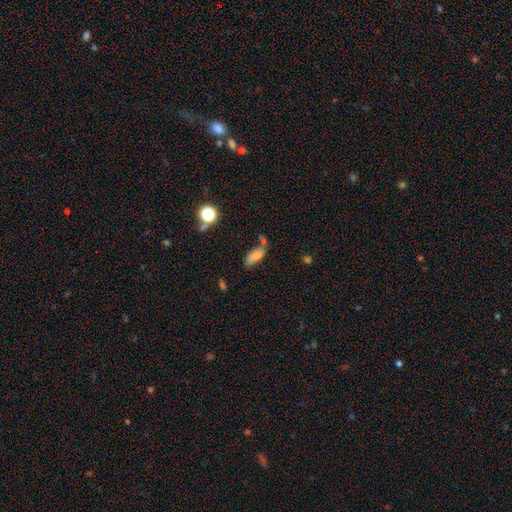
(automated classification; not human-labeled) Smooth or featured? smooth (71%)
How rounded? in between (81%)
Merging? none (47%)